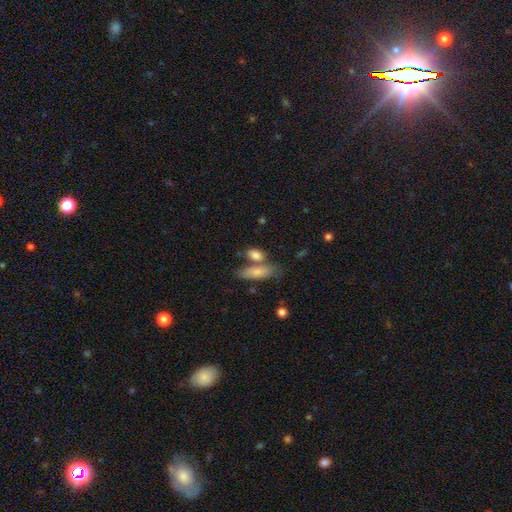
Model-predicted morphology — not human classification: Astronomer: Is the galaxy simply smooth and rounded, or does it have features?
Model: smooth — 82%.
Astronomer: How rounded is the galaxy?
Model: in between — 76%.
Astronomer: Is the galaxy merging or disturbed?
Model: none — 49% (runner-up: merger, 33%).